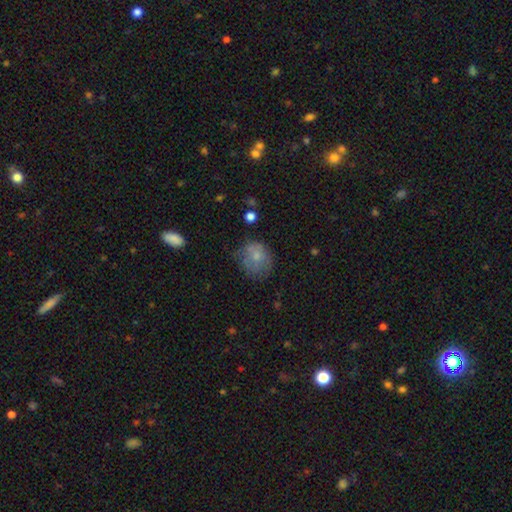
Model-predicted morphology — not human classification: A smooth galaxy with no disk features (67%) that is round (72%). Merging: none (54%).